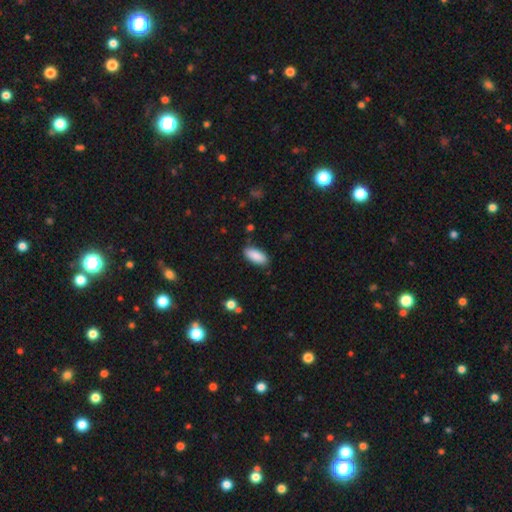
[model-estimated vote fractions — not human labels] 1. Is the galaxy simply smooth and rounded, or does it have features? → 89% smooth, 6% star or artifact, 5% featured or disk.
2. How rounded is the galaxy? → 87% in between, 11% cigar-shaped, 2% round.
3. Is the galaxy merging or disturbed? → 85% none, 11% minor disturbance, 2% major disturbance, 2% merger.